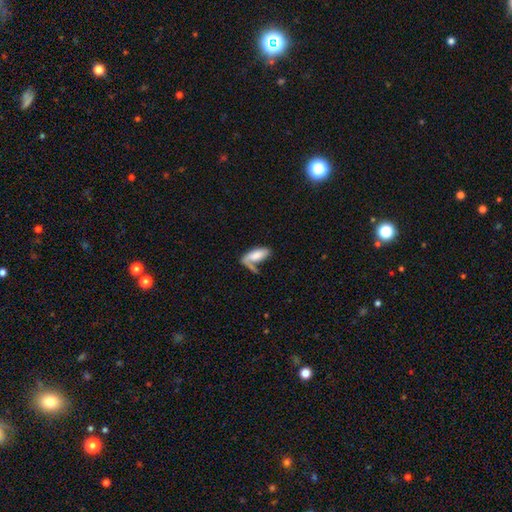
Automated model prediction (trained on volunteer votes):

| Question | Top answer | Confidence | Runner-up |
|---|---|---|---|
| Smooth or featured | smooth | 71% | featured or disk (22%) |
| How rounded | in between | 76% | cigar-shaped (21%) |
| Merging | none | 36% | merger (29%) |